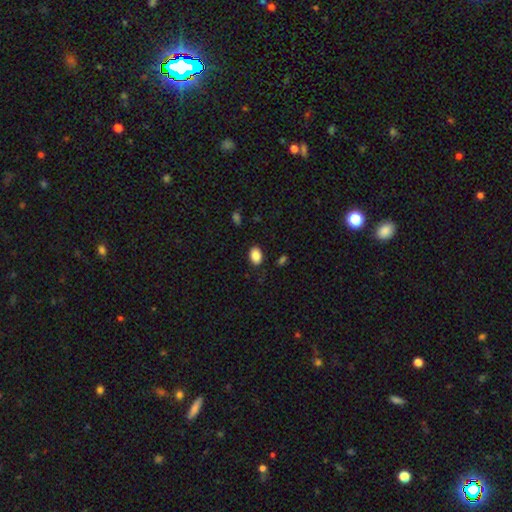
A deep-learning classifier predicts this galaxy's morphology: type=smooth (88%); roundness=in between (85%); merging=none (86%).